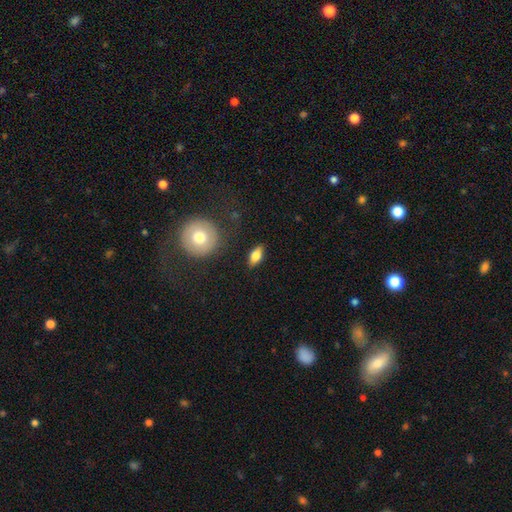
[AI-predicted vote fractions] Q: Smooth or featured?
A: smooth (70%); runner-up: featured or disk (22%)
Q: How rounded?
A: in between (81%); runner-up: cigar-shaped (12%)
Q: Merging?
A: none (85%); runner-up: minor disturbance (10%)